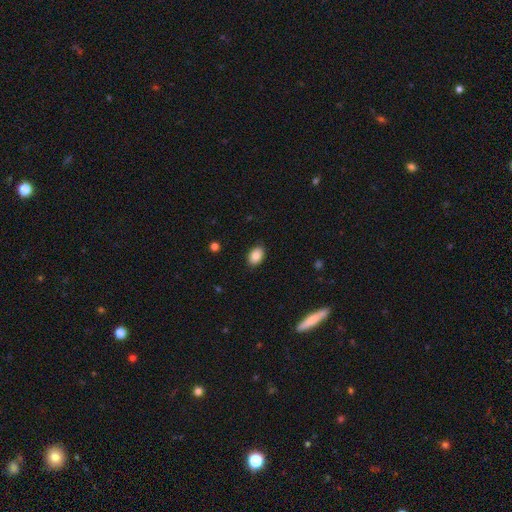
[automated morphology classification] smooth_or_featured: smooth (p=0.86) [alt: star or artifact p=0.08]
how_rounded: in between (p=0.87) [alt: round p=0.11]
merging: none (p=0.88) [alt: minor disturbance p=0.09]